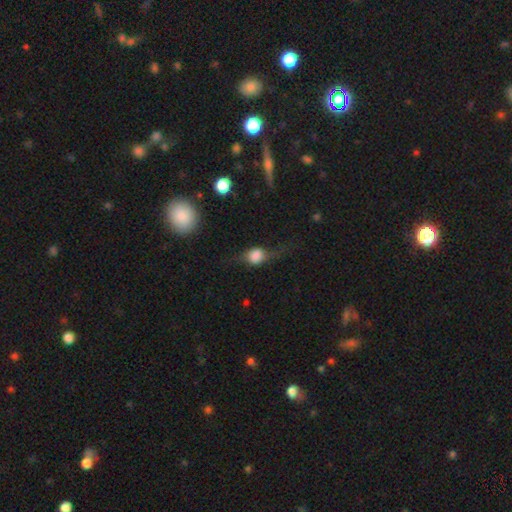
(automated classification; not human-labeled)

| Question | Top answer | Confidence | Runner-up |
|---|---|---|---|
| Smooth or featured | smooth | 47% | featured or disk (43%) |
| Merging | none | 50% | minor disturbance (24%) |